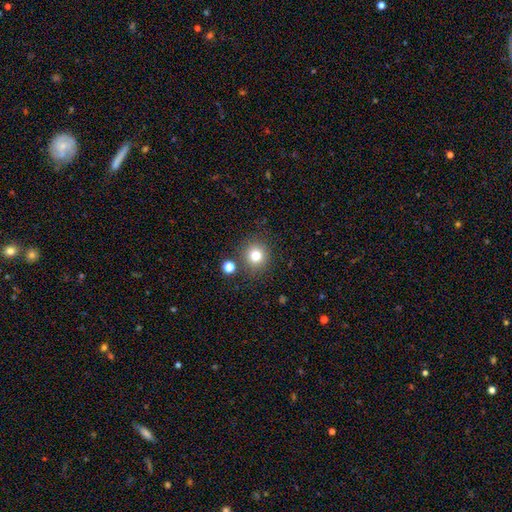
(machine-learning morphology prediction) This appears to be a smooth galaxy with no disk features (78%) that is round (92%). Merging: none (84%).